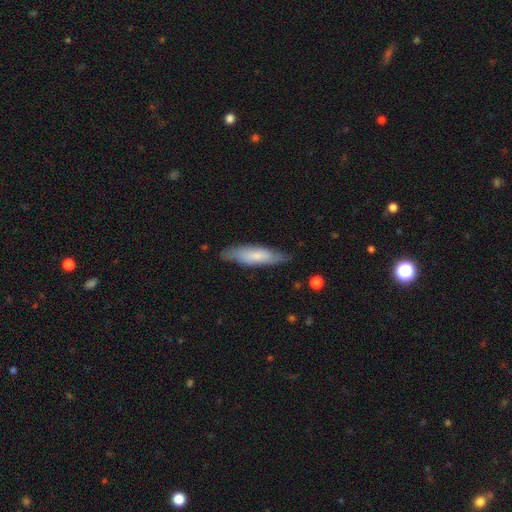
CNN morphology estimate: Smooth or featured?
  - smooth: 67% *
  - featured or disk: 28%
  - star or artifact: 6%
How rounded?
  - cigar-shaped: 67% *
  - in between: 32%
  - round: 1%
Merging?
  - none: 78% *
  - minor disturbance: 17%
  - major disturbance: 3%
  - merger: 1%